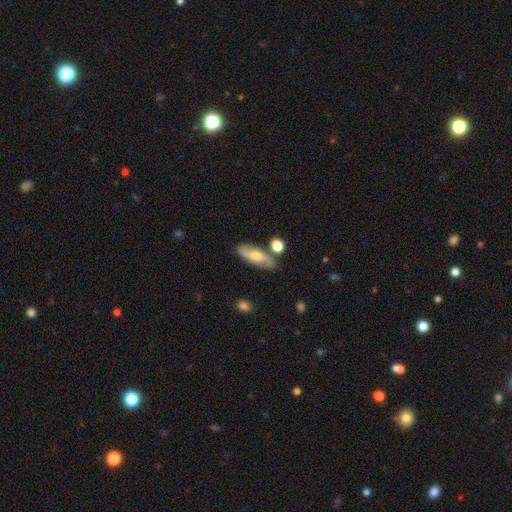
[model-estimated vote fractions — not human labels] Smooth or featured? Predicted: featured or disk (p=0.50). Edge-on disk? Predicted: no (p=0.78). Merging? Predicted: none (p=0.76).